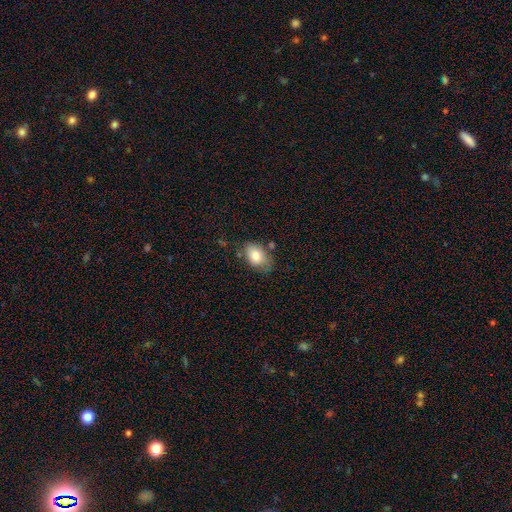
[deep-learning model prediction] smooth-or-featured: smooth: 79% | featured or disk: 14% | star or artifact: 8%
  how-rounded: in between: 86% | round: 13% | cigar-shaped: 1%
  merging: none: 63% | minor disturbance: 25% | major disturbance: 6% | merger: 6%